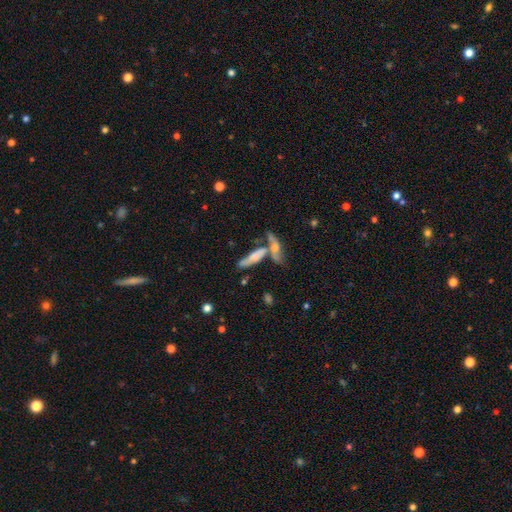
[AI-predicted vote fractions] This appears to be a smooth galaxy with no disk features (54%) that is cigar-shaped (66%). Merging: merger (45%).